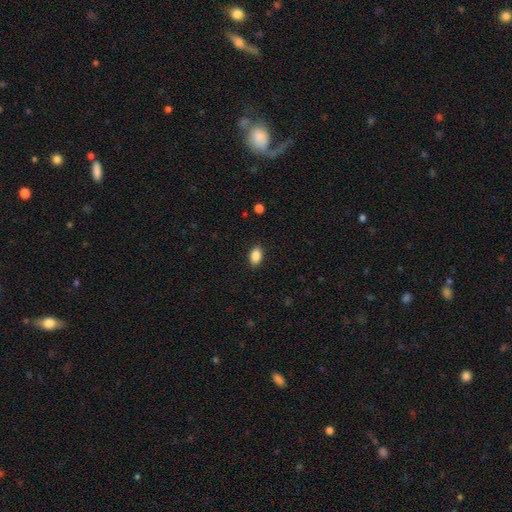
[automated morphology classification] type=smooth (88%); roundness=in between (90%); merging=none (88%).